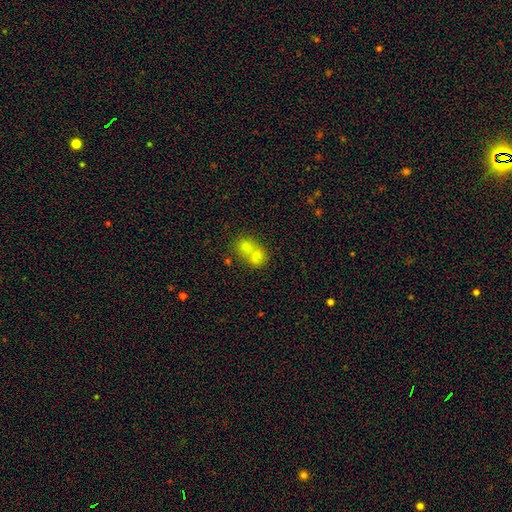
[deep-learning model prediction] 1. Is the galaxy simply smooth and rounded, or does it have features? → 67% smooth, 19% featured or disk, 15% star or artifact.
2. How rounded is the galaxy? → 63% round, 36% in between, 1% cigar-shaped.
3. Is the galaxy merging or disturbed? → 69% merger, 23% none, 5% minor disturbance, 2% major disturbance.